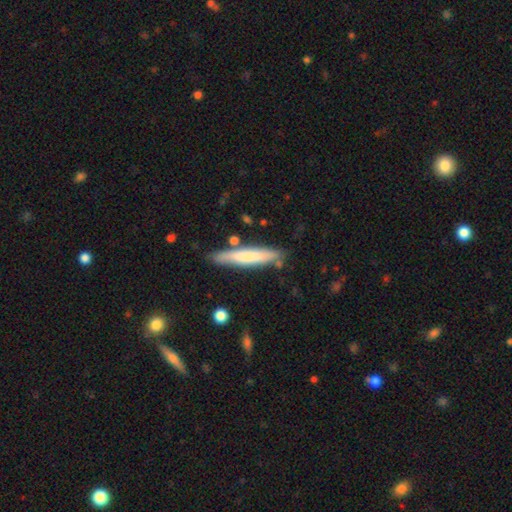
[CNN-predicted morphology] A smooth galaxy with no disk features (68%) that is cigar-shaped (87%). Merging: none (78%).